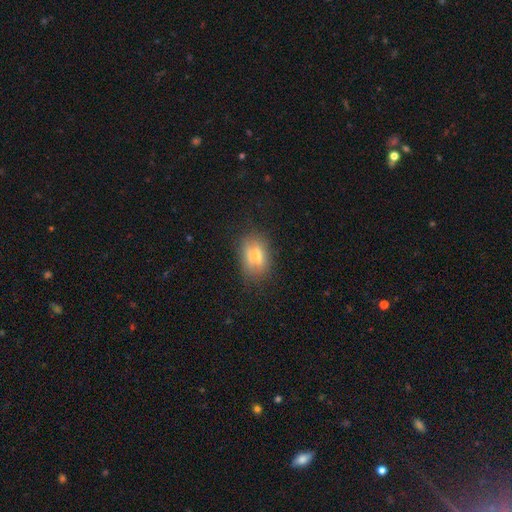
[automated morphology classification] Q: Smooth or featured?
A: smooth (58%); runner-up: featured or disk (27%)
Q: How rounded?
A: in between (74%); runner-up: round (21%)
Q: Merging?
A: none (72%); runner-up: minor disturbance (20%)